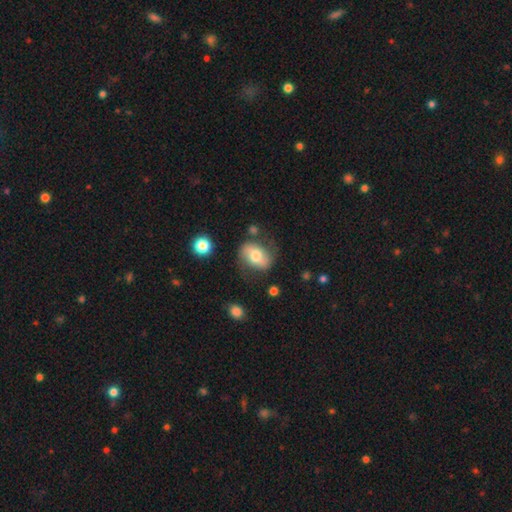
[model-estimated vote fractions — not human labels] smooth 50%, featured or disk 43%, star or artifact 7%. Down the decision tree: merging — none (66%).